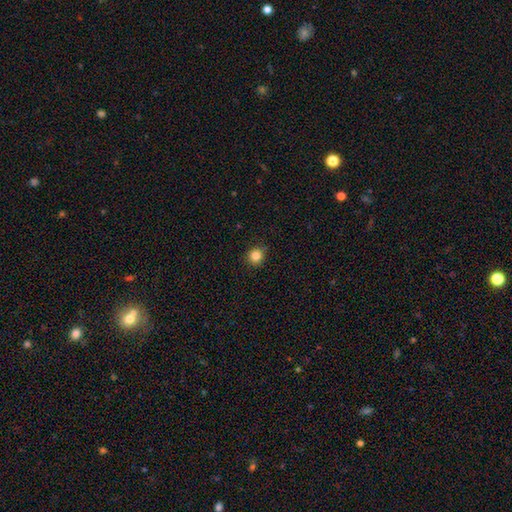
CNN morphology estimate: A smooth galaxy with no disk features (84%) that is round (91%). Merging: none (89%).